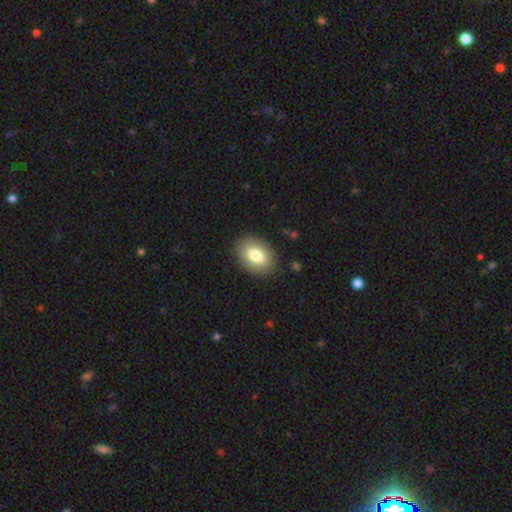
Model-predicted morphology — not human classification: smooth-or-featured: smooth: 78% | featured or disk: 15% | star or artifact: 7%
  how-rounded: in between: 84% | round: 15% | cigar-shaped: 1%
  merging: none: 87% | minor disturbance: 9% | major disturbance: 3% | merger: 1%